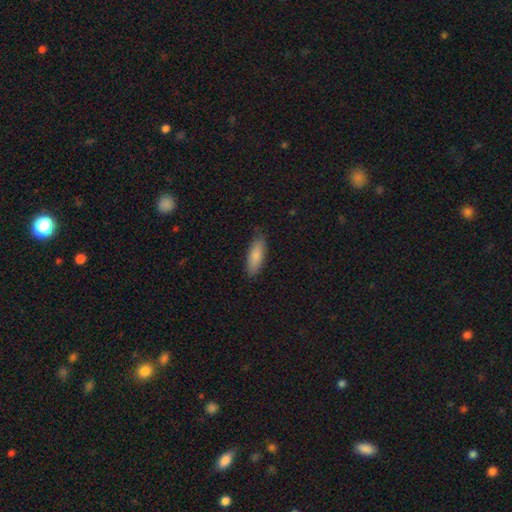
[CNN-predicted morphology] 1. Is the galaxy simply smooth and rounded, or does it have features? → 84% smooth, 10% featured or disk, 6% star or artifact.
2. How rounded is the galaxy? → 62% in between, 36% cigar-shaped, 2% round.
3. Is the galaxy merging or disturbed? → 84% none, 13% minor disturbance, 2% major disturbance, 1% merger.